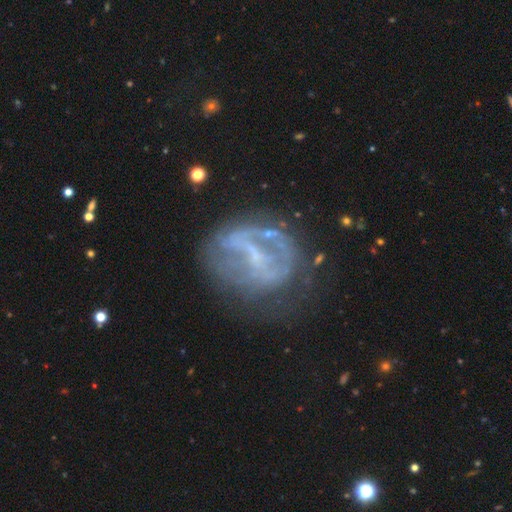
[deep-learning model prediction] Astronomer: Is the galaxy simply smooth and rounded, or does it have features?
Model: featured or disk — 71%.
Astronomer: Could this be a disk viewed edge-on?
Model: no — 97%.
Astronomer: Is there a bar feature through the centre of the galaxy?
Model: weak — 38% (runner-up: no, 33%).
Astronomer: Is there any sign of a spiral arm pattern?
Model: no — 54% (runner-up: yes, 46%).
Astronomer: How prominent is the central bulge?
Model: small — 47% (runner-up: none, 37%).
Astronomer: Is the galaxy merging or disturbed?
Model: none — 52%.